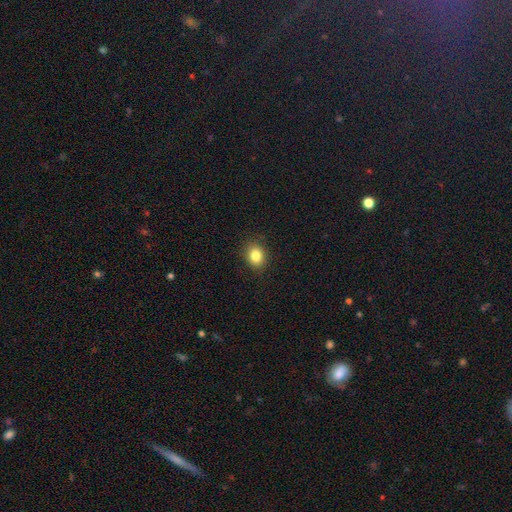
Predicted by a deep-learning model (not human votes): smooth_or_featured: smooth (p=0.84) [alt: star or artifact p=0.10]
how_rounded: in between (p=0.51) [alt: round p=0.48]
merging: none (p=0.88) [alt: minor disturbance p=0.09]